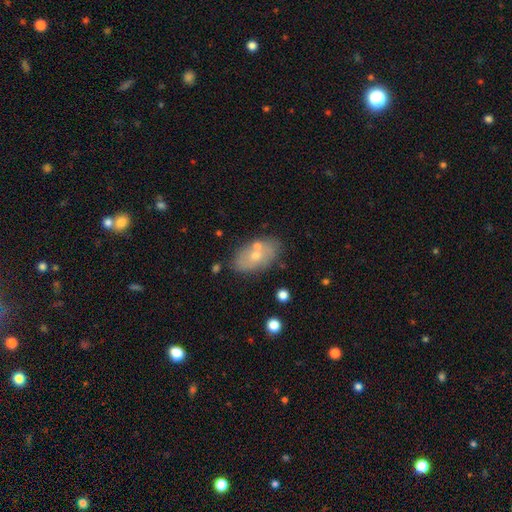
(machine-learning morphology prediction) Q: Smooth or featured?
A: smooth (56%); runner-up: featured or disk (34%)
Q: How rounded?
A: in between (90%); runner-up: round (7%)
Q: Merging?
A: none (70%); runner-up: minor disturbance (15%)